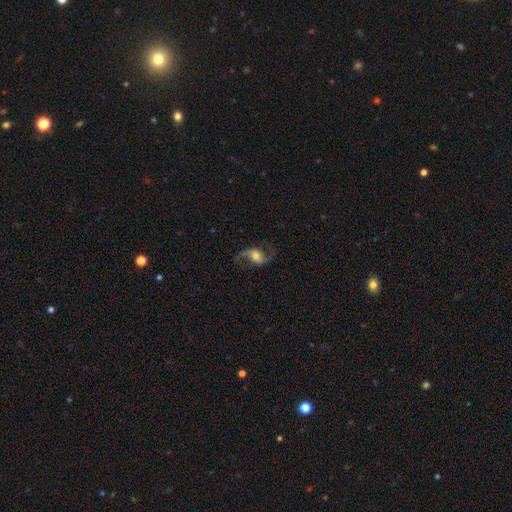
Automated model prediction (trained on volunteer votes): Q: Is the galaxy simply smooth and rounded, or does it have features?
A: featured or disk — 83%.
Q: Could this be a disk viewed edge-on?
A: no — 97%.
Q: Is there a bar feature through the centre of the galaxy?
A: no — 48%.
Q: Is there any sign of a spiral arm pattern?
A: yes — 95%.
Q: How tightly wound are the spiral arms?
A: loose — 68%.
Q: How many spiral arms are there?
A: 2 — 93%.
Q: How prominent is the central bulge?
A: moderate — 61%.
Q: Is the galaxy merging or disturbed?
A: none — 75%.